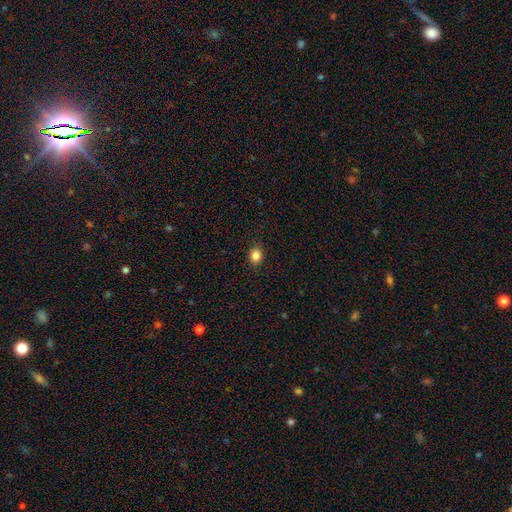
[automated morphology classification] Smooth or featured? smooth (85%)
How rounded? round (64%)
Merging? none (89%)